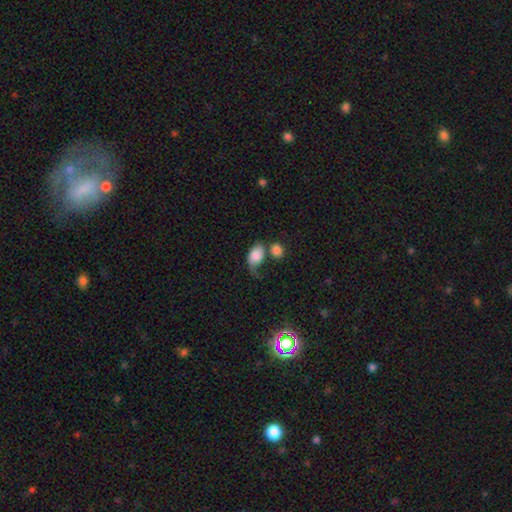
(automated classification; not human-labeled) A smooth galaxy with no disk features (74%) that is in between round and cigar-shaped (81%). Merging: merger (28%).